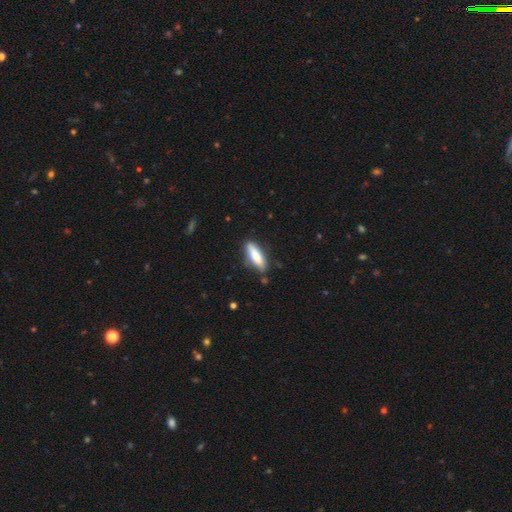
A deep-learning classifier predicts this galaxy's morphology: smooth_or_featured: smooth (p=0.79) [alt: featured or disk p=0.15]
how_rounded: cigar-shaped (p=0.55) [alt: in between p=0.43]
merging: none (p=0.78) [alt: minor disturbance p=0.16]